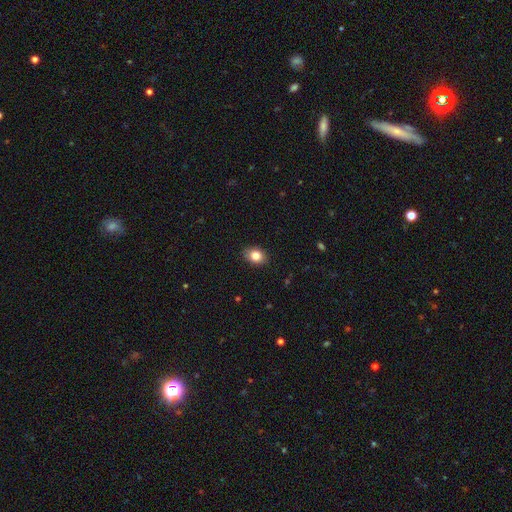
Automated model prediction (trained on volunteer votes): This is clearly a smooth galaxy (84%). How rounded: likely in between (61%). Merging: clearly none (87%).